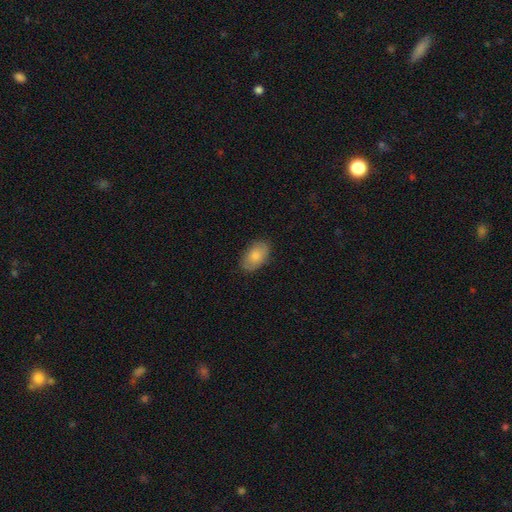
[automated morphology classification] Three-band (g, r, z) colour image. It shows a smooth galaxy with no disk features (79%) that is in between round and cigar-shaped (93%). Merging: none (82%).